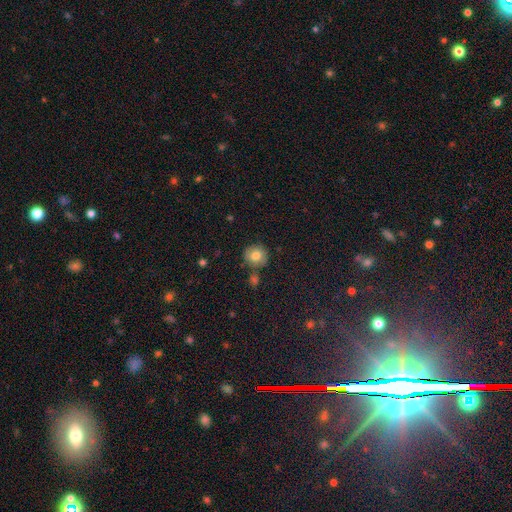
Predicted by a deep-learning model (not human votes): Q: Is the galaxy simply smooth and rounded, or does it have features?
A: smooth — 77%.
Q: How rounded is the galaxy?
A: round — 91%.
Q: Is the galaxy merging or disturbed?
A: none — 78%.